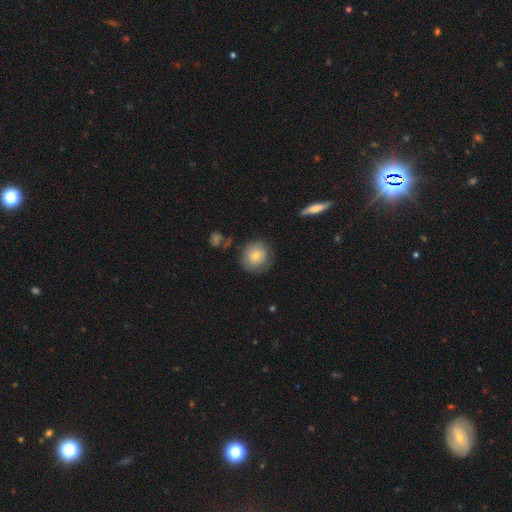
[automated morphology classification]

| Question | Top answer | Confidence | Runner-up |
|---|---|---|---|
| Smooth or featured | smooth | 73% | featured or disk (20%) |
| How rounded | round | 88% | in between (11%) |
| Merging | none | 76% | minor disturbance (16%) |